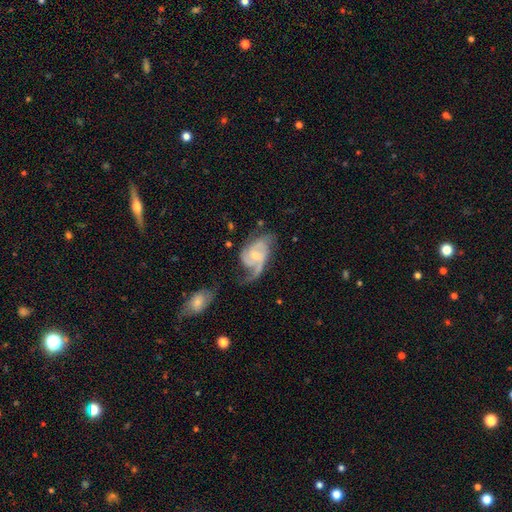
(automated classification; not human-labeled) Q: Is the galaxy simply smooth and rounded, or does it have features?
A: featured or disk — 84%.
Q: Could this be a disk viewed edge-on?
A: no — 97%.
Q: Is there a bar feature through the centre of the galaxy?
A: no — 49%.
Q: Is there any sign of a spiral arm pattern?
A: yes — 96%.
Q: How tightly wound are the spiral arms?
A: medium — 49%.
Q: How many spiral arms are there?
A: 2 — 53%.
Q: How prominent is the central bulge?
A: small — 52%.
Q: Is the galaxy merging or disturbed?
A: none — 41%.